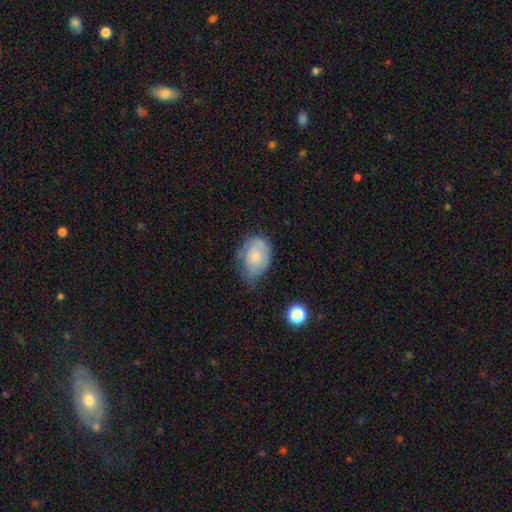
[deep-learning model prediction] Smooth or featured?
  - smooth: 63% *
  - featured or disk: 29%
  - star or artifact: 8%
How rounded?
  - in between: 78% *
  - round: 21%
  - cigar-shaped: 1%
Merging?
  - none: 43% *
  - minor disturbance: 40%
  - major disturbance: 15%
  - merger: 3%